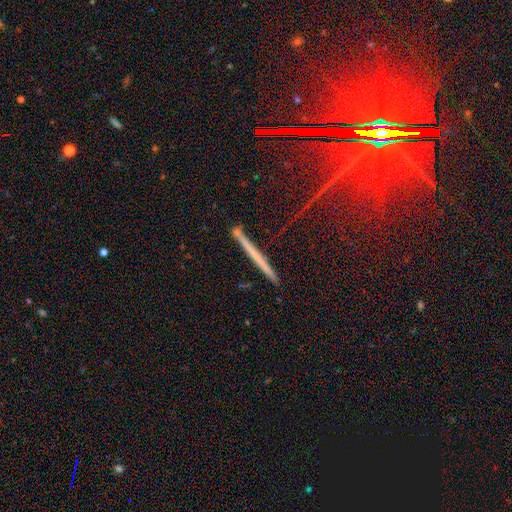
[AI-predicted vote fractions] Smooth or featured? Predicted: featured or disk (p=0.47). Merging? Predicted: none (p=0.88).